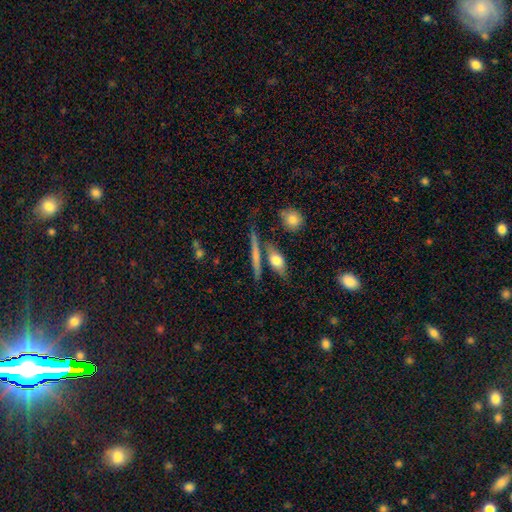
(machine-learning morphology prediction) Overall: featured or disk (48%; smooth 43%). Merging: none (76%).